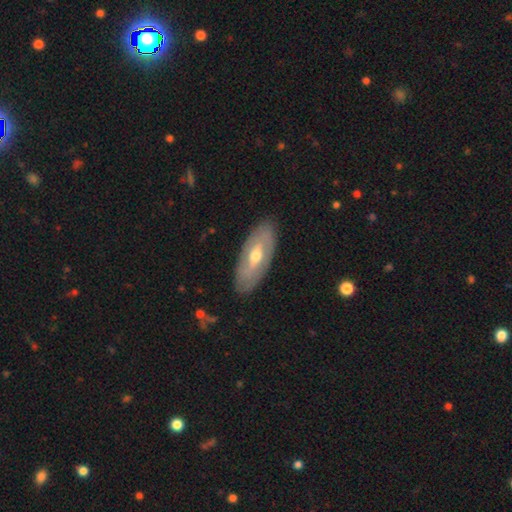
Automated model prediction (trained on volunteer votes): This is likely a featured or disk galaxy (62%). It is likely not viewed edge-on (79%). Merging: clearly none (86%).